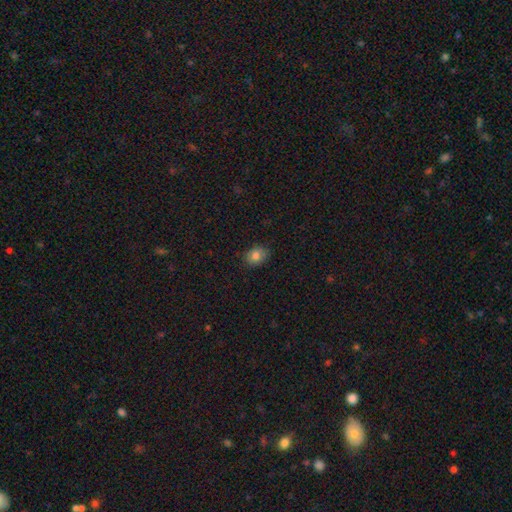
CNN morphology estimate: Smooth or featured?
  - smooth: 82% *
  - star or artifact: 10%
  - featured or disk: 8%
How rounded?
  - in between: 61% *
  - round: 38%
  - cigar-shaped: 1%
Merging?
  - none: 85% *
  - minor disturbance: 12%
  - major disturbance: 2%
  - merger: 1%